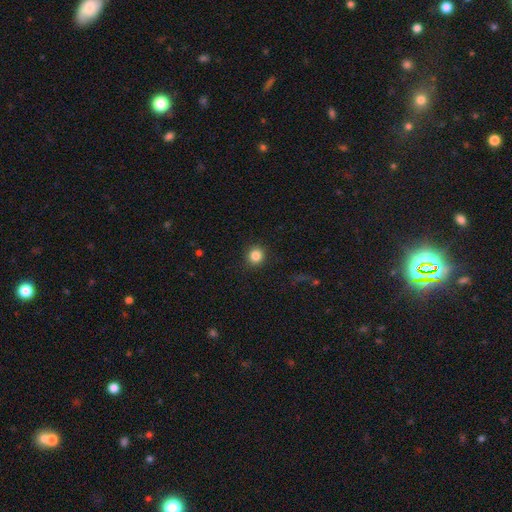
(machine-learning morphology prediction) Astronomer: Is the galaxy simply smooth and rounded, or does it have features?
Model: smooth — 85%.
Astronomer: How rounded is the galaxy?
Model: round — 89%.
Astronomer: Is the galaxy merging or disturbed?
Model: none — 91%.